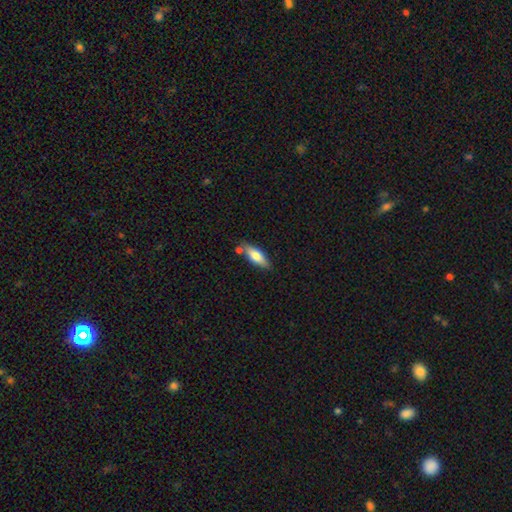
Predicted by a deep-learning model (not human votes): smooth_or_featured: smooth (p=0.72) [alt: featured or disk p=0.22]
how_rounded: in between (p=0.61) [alt: cigar-shaped p=0.37]
merging: none (p=0.72) [alt: minor disturbance p=0.15]